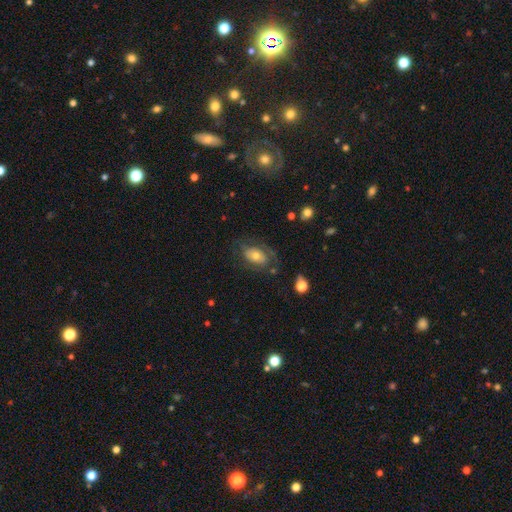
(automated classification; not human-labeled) This appears to be a featured or disk galaxy (58%) with no bar (77%), spiral arms (69%) and a moderate central bulge (55%). Merging: none (60%).